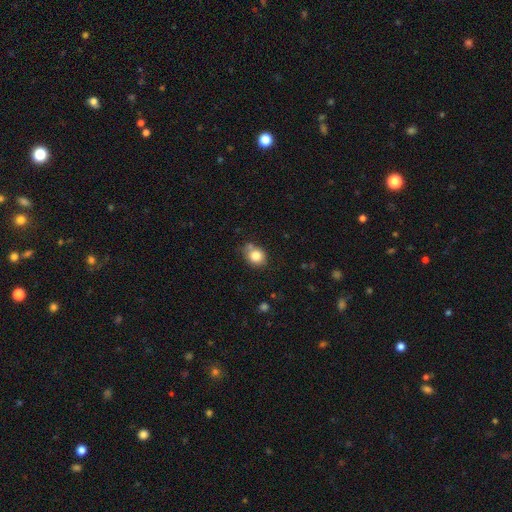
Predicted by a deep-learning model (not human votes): A smooth galaxy with no disk features (83%) that is round (60%). Merging: none (64%).